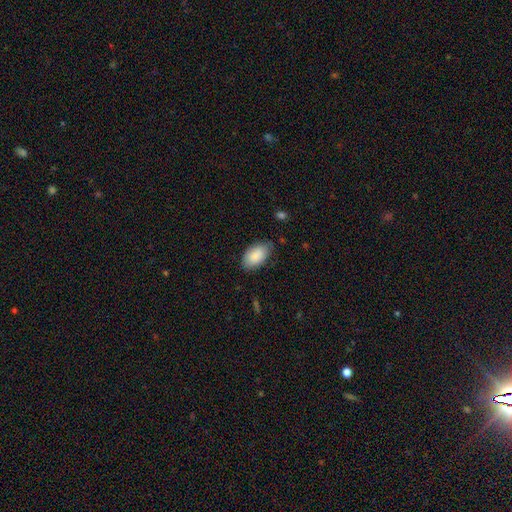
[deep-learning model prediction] Smooth or featured?
  - smooth: 86% *
  - featured or disk: 8%
  - star or artifact: 6%
How rounded?
  - in between: 94% *
  - round: 5%
  - cigar-shaped: 1%
Merging?
  - none: 72% *
  - minor disturbance: 23%
  - major disturbance: 4%
  - merger: 1%